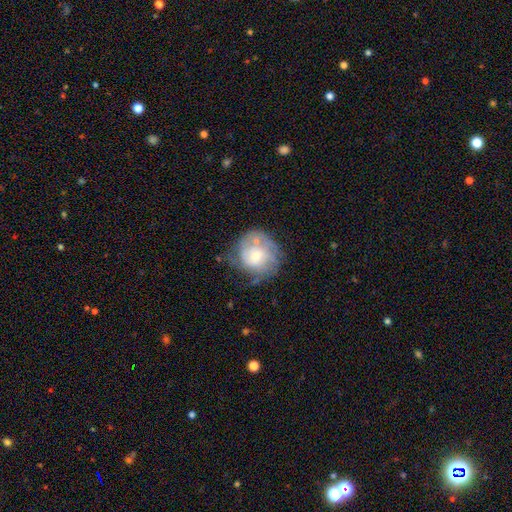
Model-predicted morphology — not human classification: Smooth or featured: featured or disk — 58% (smooth — 35%)
Edge-on disk: no — 98% (yes — 2%)
Bar: no — 75% (weak — 22%)
Spiral arms: yes — 70% (no — 30%)
Bulge size: moderate — 47% (small — 37%)
Merging: none — 49% (minor disturbance — 27%)